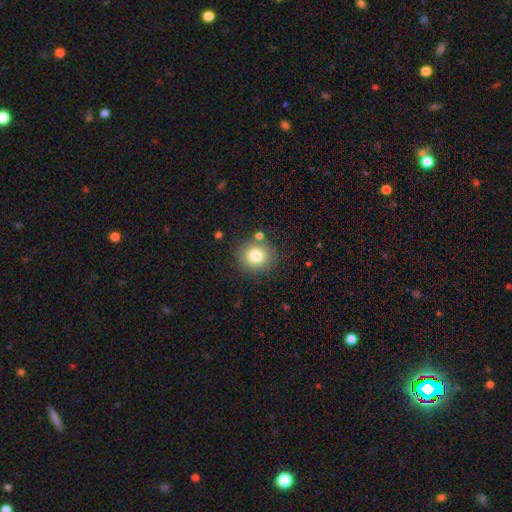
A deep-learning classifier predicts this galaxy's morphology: Smooth or featured: smooth — 79% (star or artifact — 11%)
How rounded: round — 85% (in between — 14%)
Merging: none — 81% (minor disturbance — 10%)